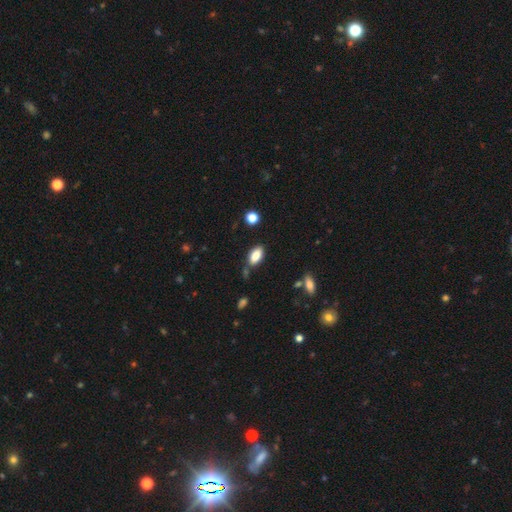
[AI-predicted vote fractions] This is clearly a smooth galaxy (84%). How rounded: clearly in between (91%). Merging: likely none (75%).